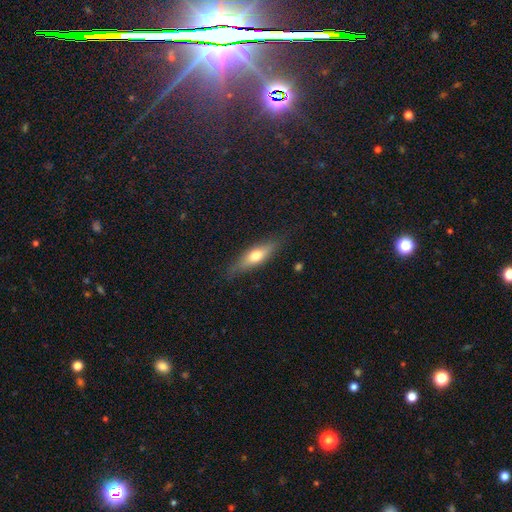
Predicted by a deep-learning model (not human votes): smooth-or-featured: smooth: 60% | featured or disk: 34% | star or artifact: 6%
  how-rounded: cigar-shaped: 55% | in between: 43% | round: 3%
  merging: none: 79% | minor disturbance: 16% | major disturbance: 4% | merger: 1%